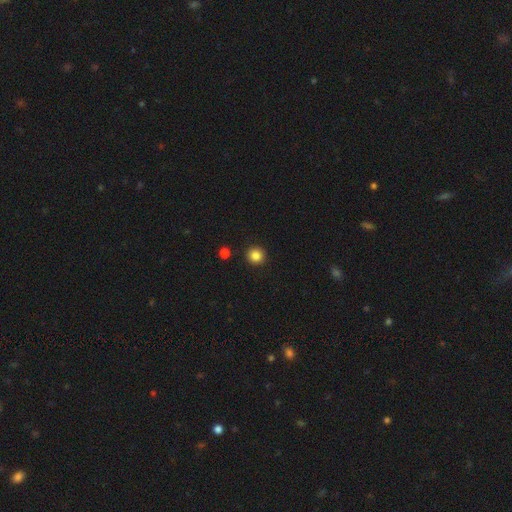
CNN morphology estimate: The model was most divided on "smooth or featured": smooth: 85%, star or artifact: 11%, featured or disk: 4%. More confident: how rounded — round (93%); merging — none (92%).